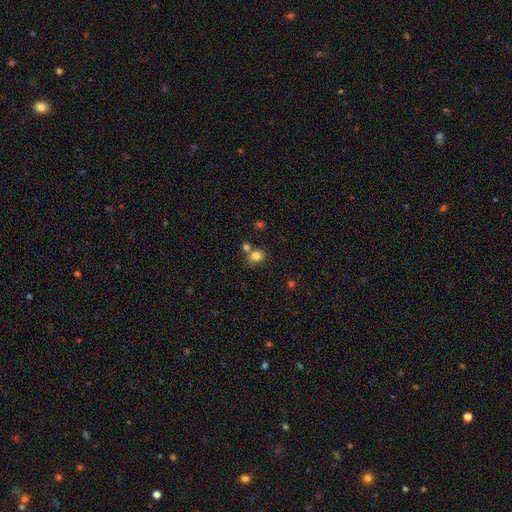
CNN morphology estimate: smooth_or_featured: smooth (p=0.81) [alt: star or artifact p=0.12]
how_rounded: round (p=0.69) [alt: in between p=0.30]
merging: none (p=0.60) [alt: merger p=0.26]